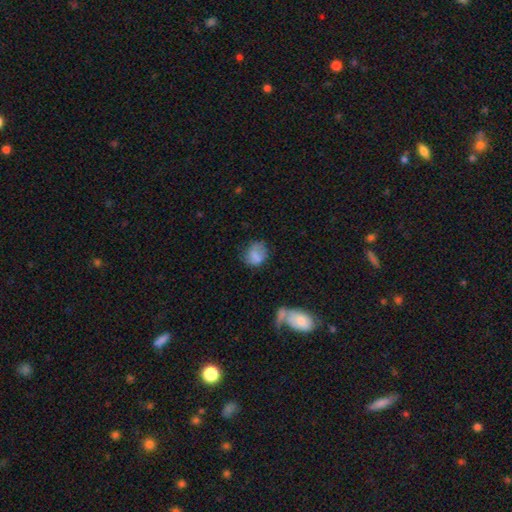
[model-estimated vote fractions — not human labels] Smooth or featured: smooth — 71% (featured or disk — 19%)
How rounded: round — 58% (in between — 41%)
Merging: none — 54% (minor disturbance — 27%)